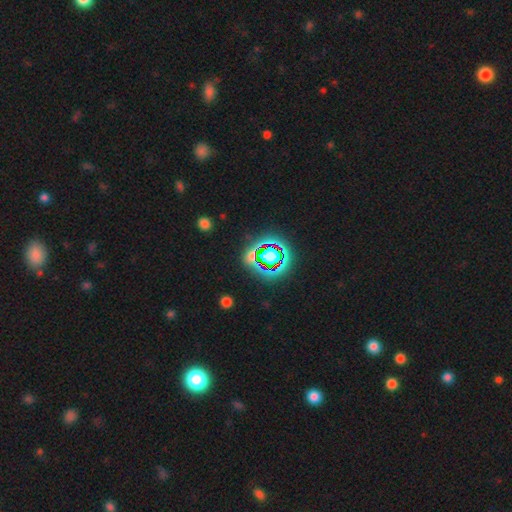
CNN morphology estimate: A star or artifact, not a galaxy (73%).